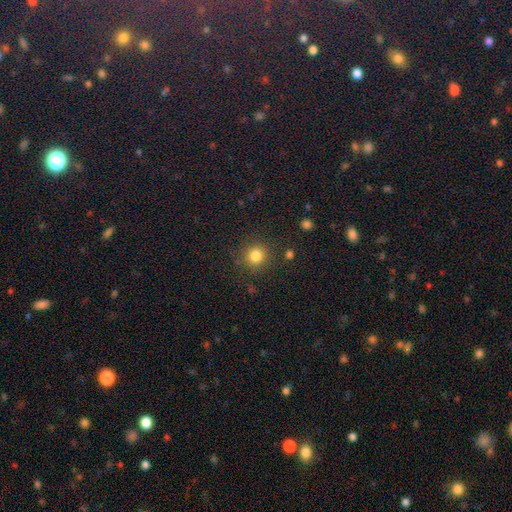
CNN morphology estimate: Q: Smooth or featured?
A: smooth (82%); runner-up: star or artifact (13%)
Q: How rounded?
A: round (92%); runner-up: in between (7%)
Q: Merging?
A: none (87%); runner-up: minor disturbance (8%)